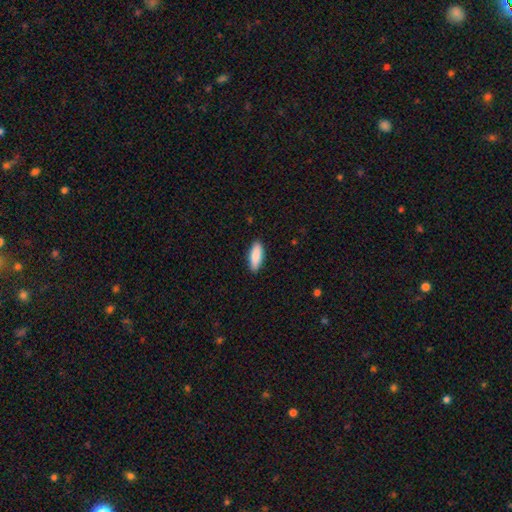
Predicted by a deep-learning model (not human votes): Overall: smooth (88%). How rounded: in between (69%). Merging: none (89%).